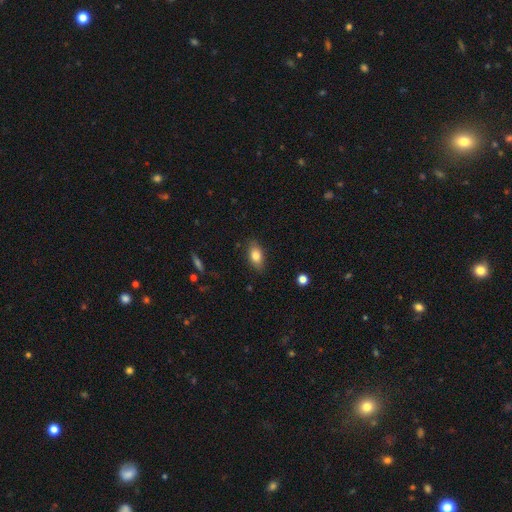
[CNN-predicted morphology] A smooth galaxy with no disk features (81%) that is in between round and cigar-shaped (88%).

Vote fractions:
- Smooth or featured? smooth: 81% / featured or disk: 11% / star or artifact: 8%
- How rounded? in between: 88% / round: 7% / cigar-shaped: 5%
- Merging? none: 85% / minor disturbance: 11% / major disturbance: 3% / merger: 1%